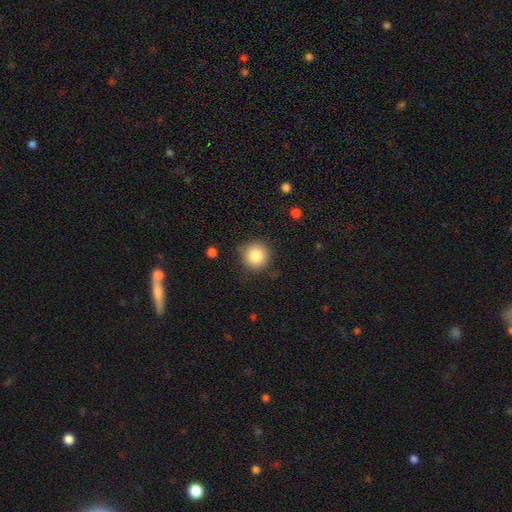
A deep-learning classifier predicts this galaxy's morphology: Smooth or featured: smooth — 84% (star or artifact — 10%)
How rounded: round — 94% (in between — 5%)
Merging: none — 84% (minor disturbance — 11%)